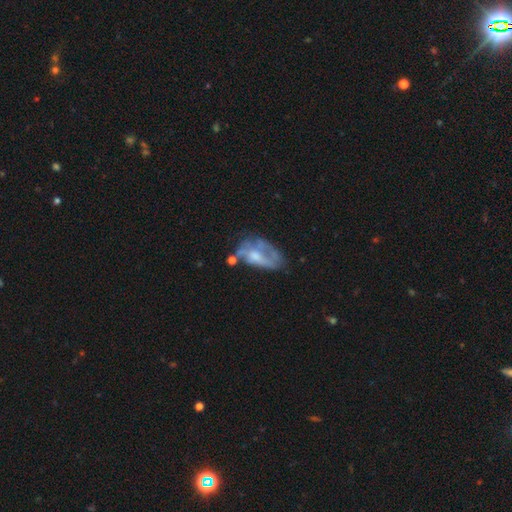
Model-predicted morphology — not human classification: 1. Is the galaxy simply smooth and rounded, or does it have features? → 58% featured or disk, 33% smooth, 9% star or artifact.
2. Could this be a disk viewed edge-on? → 95% no, 5% yes.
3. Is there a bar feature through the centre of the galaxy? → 72% no, 23% weak, 5% strong.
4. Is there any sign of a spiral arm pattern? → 59% no, 41% yes.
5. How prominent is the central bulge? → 46% moderate, 27% small, 17% none, 9% large, 2% dominant.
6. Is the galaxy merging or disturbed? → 33% none, 29% major disturbance, 24% minor disturbance, 14% merger.